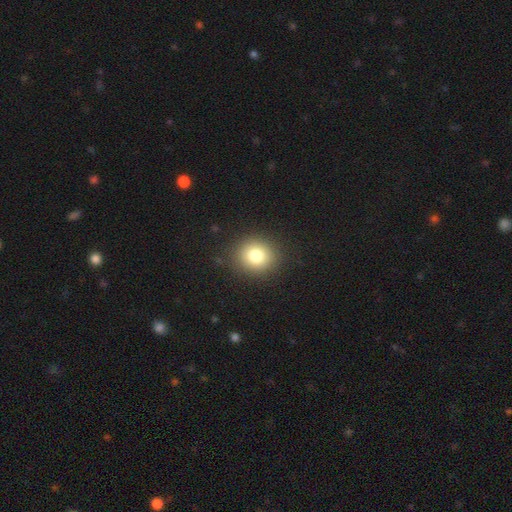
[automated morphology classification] A smooth galaxy with no disk features (79%) that is round (83%).

Vote fractions:
- Smooth or featured? smooth: 79% / star or artifact: 12% / featured or disk: 9%
- How rounded? round: 83% / in between: 16% / cigar-shaped: 1%
- Merging? none: 89% / minor disturbance: 7% / major disturbance: 3% / merger: 1%